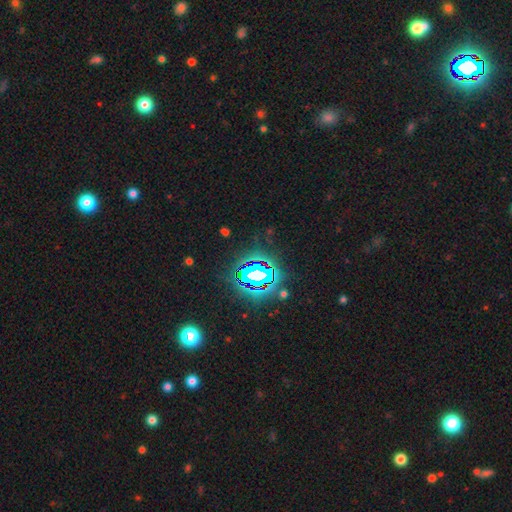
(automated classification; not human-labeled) star or artifact 83%, smooth 10%, featured or disk 7%.